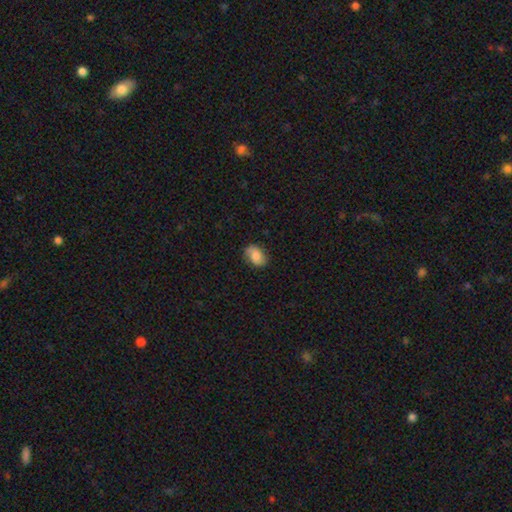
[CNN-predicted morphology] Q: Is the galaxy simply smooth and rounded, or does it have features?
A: smooth — 72%.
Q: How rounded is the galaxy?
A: in between — 81%.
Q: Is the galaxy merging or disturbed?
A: none — 72%.